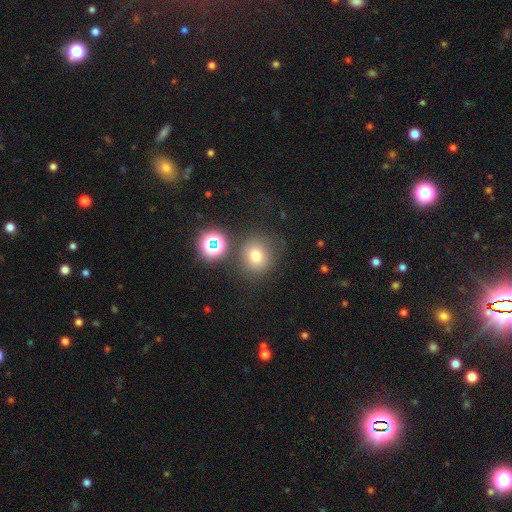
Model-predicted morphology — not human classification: Smooth or featured?
  - smooth: 73% *
  - star or artifact: 18%
  - featured or disk: 9%
How rounded?
  - round: 86% *
  - in between: 13%
  - cigar-shaped: 1%
Merging?
  - none: 74% *
  - minor disturbance: 12%
  - merger: 7%
  - major disturbance: 6%